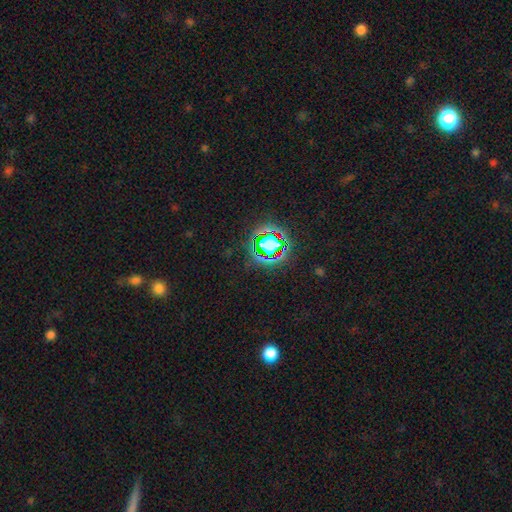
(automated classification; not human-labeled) Morphology: type=star or artifact (77%).